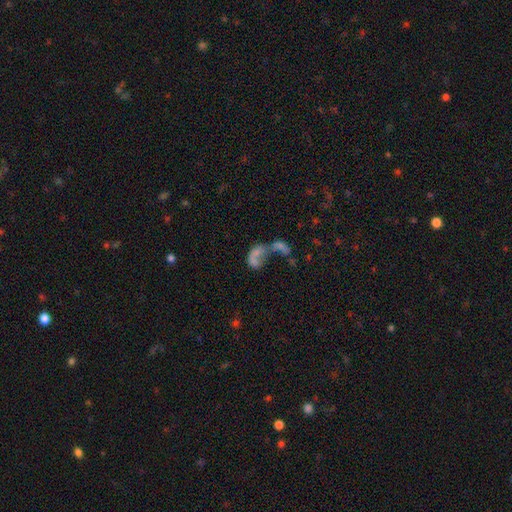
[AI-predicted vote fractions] A smooth galaxy with no disk features (49%).

Vote fractions:
- Smooth or featured? smooth: 49% / featured or disk: 37% / star or artifact: 14%
- Merging? merger: 67% / major disturbance: 18% / none: 10% / minor disturbance: 5%